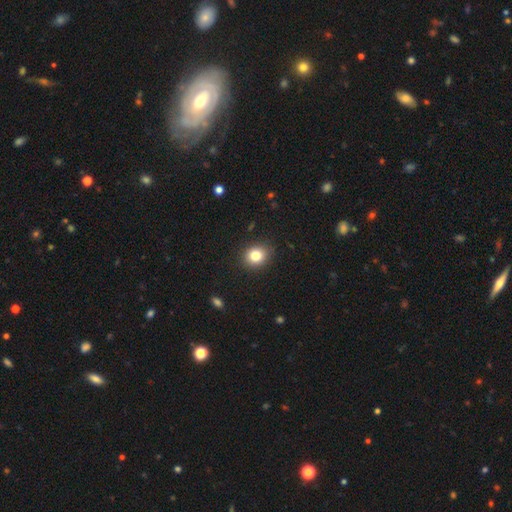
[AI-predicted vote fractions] A smooth galaxy with no disk features (82%) that is round (68%). Merging: none (89%).